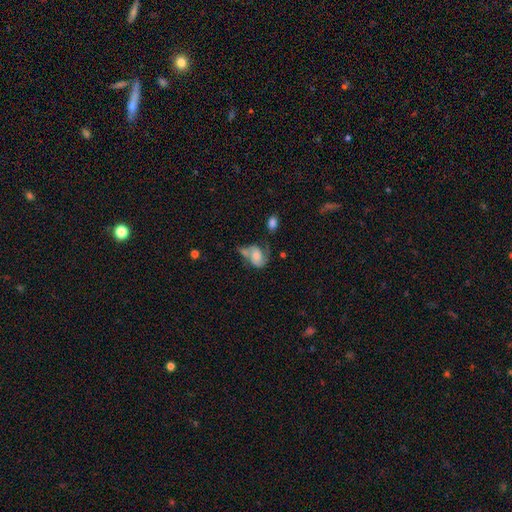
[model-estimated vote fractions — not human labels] A featured or disk galaxy (56%) with no bar (68%), spiral arms (80%) and a moderate central bulge (34%).

Vote fractions:
- Smooth or featured? featured or disk: 56% / smooth: 36% / star or artifact: 8%
- Edge-on disk? no: 97% / yes: 3%
- Bar? no: 68% / weak: 26% / strong: 6%
- Spiral arms? yes: 80% / no: 20%
- Bulge size? moderate: 34% / small: 28% / none: 17% / large: 17% / dominant: 4%
- Merging? none: 27% (tied) / major disturbance: 27% (tied) / merger: 24% / minor disturbance: 22%